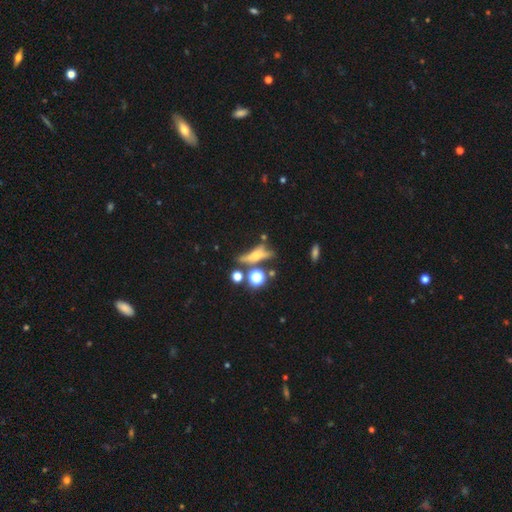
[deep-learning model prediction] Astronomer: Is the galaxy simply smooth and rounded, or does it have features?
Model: featured or disk — 49% (runner-up: smooth, 34%).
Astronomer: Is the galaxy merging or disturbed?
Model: none — 51%.